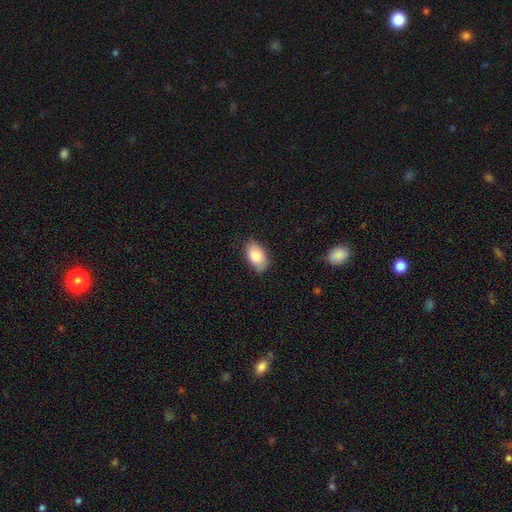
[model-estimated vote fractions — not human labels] The model was most divided on "merging": none: 83%, minor disturbance: 14%, major disturbance: 3%, merger: 1%. More confident: how rounded — in between (92%); smooth or featured — smooth (85%).